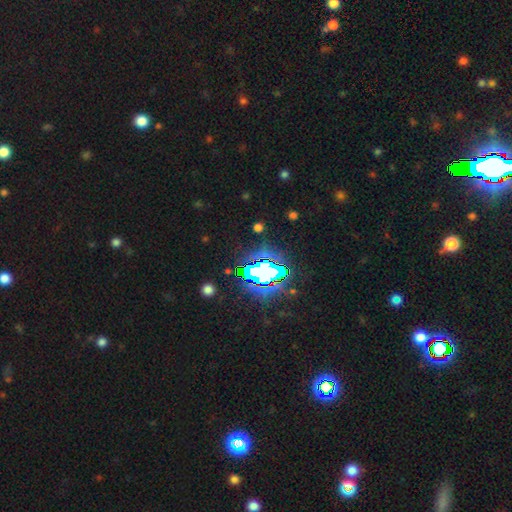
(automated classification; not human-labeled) Overall: star or artifact (83%).